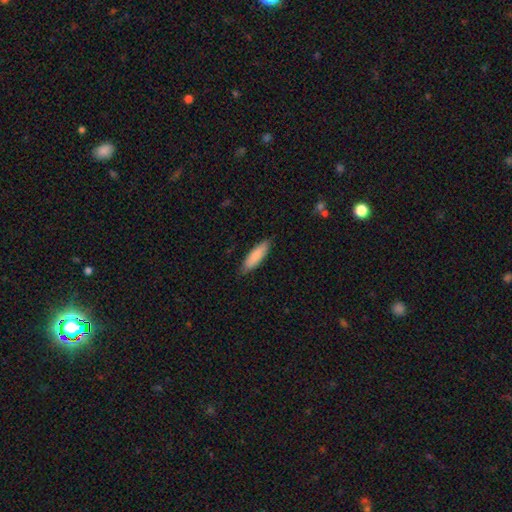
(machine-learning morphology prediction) Overall: smooth (83%). How rounded: cigar-shaped (59%; in between 40%). Merging: none (84%).